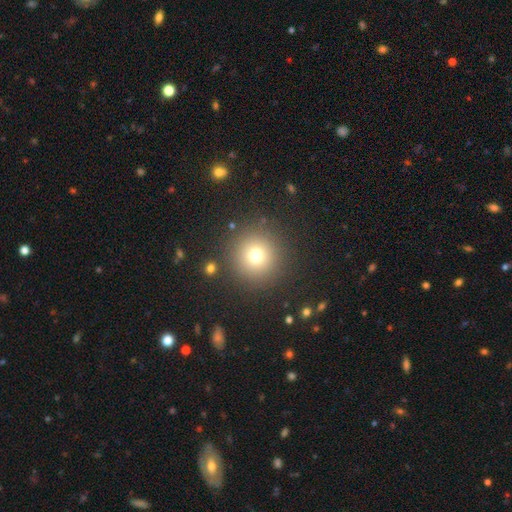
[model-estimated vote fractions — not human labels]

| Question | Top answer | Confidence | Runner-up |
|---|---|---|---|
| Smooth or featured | smooth | 72% | star or artifact (17%) |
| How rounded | round | 96% | in between (4%) |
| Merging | none | 88% | minor disturbance (6%) |